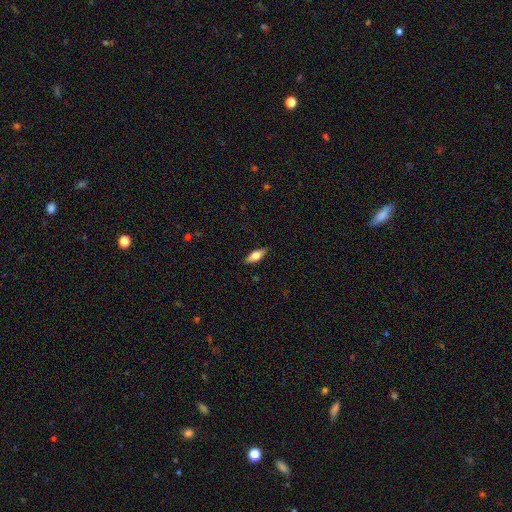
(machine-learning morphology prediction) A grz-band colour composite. It shows a smooth galaxy with no disk features (56%) that is in between round and cigar-shaped (66%). Merging: none (88%).